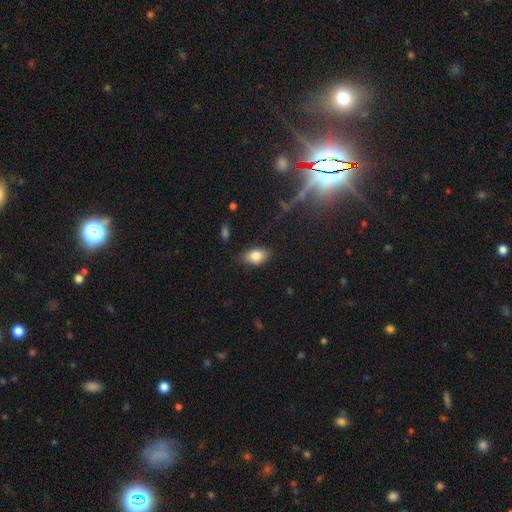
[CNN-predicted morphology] The model was most divided on "merging": none: 81%, minor disturbance: 14%, major disturbance: 3%, merger: 1%. More confident: how rounded — in between (88%); smooth or featured — smooth (81%).